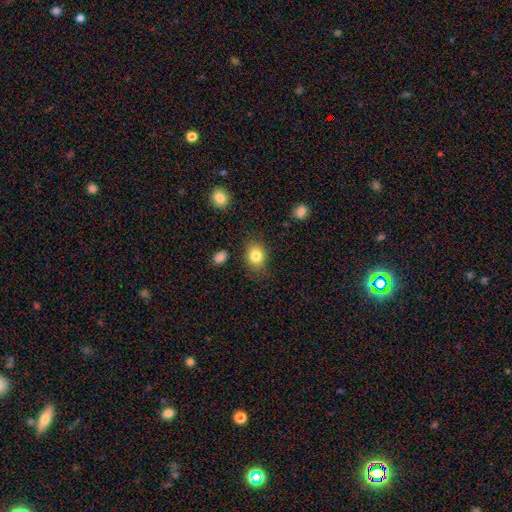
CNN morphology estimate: Smooth or featured?
  - smooth: 82% *
  - star or artifact: 9%
  - featured or disk: 8%
How rounded?
  - in between: 62% *
  - round: 37%
  - cigar-shaped: 1%
Merging?
  - none: 82% *
  - minor disturbance: 13%
  - major disturbance: 3%
  - merger: 2%